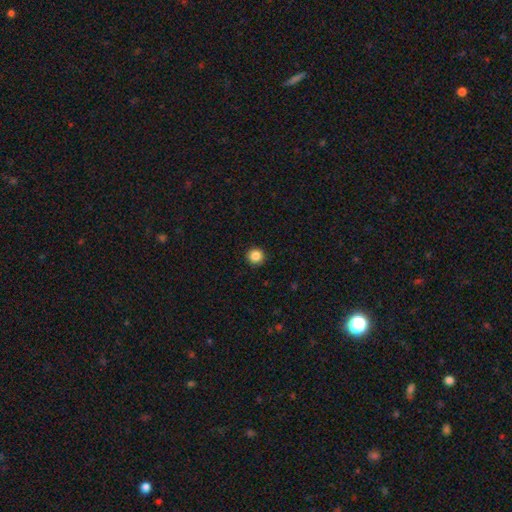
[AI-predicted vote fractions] Overall: smooth (86%). How rounded: round (96%). Merging: none (93%).